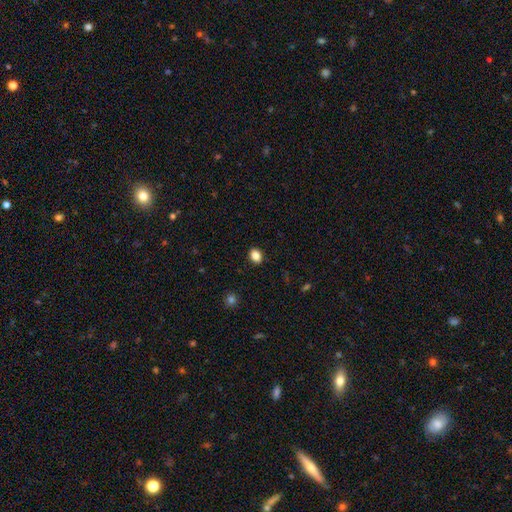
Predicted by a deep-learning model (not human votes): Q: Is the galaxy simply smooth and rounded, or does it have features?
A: smooth — 86%.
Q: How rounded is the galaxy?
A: in between — 62%.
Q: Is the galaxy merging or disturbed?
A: none — 90%.